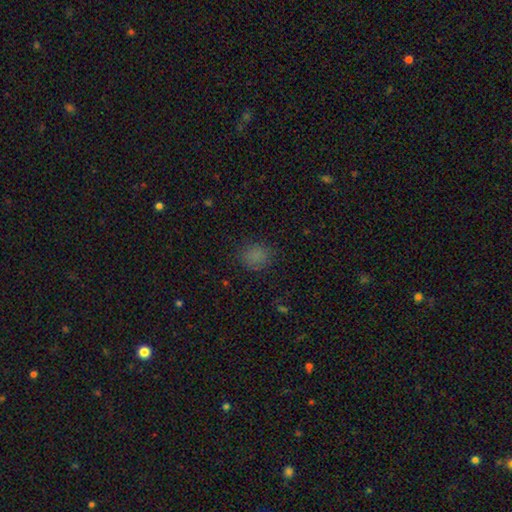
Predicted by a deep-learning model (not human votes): Q: Smooth or featured?
A: smooth (79%); runner-up: star or artifact (17%)
Q: How rounded?
A: round (73%); runner-up: in between (25%)
Q: Merging?
A: none (83%); runner-up: minor disturbance (12%)